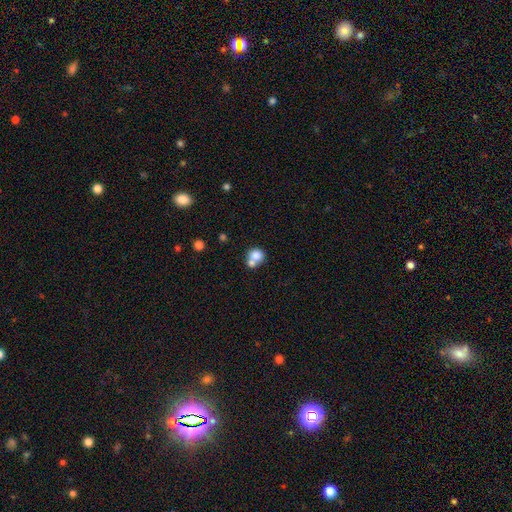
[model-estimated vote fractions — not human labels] This appears to be a smooth galaxy with no disk features (78%) that is round (75%). Merging: merger (52%).